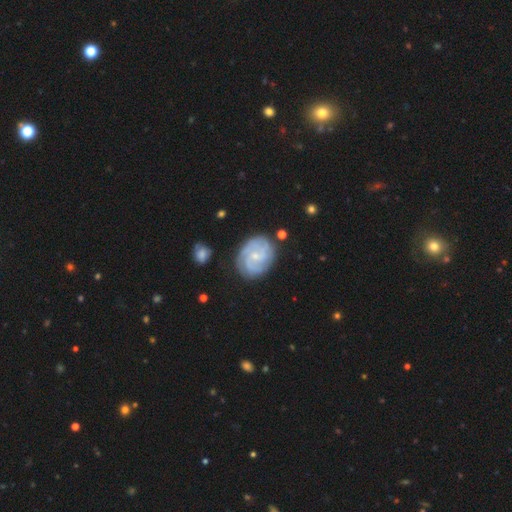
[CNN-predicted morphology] Smooth or featured? featured or disk (82%)
Edge-on disk? no (98%)
Bar? no (62%)
Spiral arms? yes (96%)
Spiral winding? tight (60%)
Spiral arm count? 3 (31%)
Bulge size? small (73%)
Merging? none (78%)